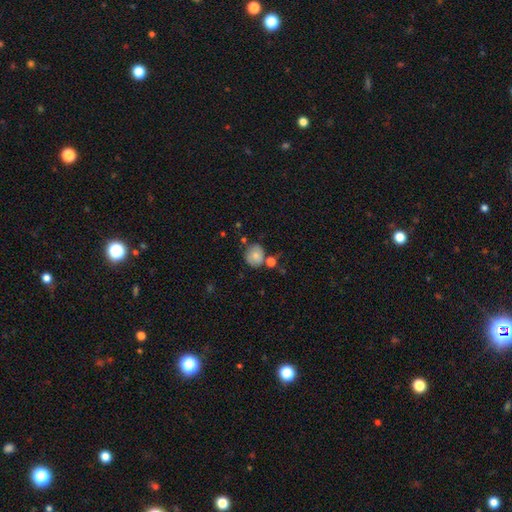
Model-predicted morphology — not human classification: The model was most divided on "merging": none: 63%, minor disturbance: 18%, merger: 15%, major disturbance: 5%. More confident: how rounded — round (79%); smooth or featured — smooth (72%).